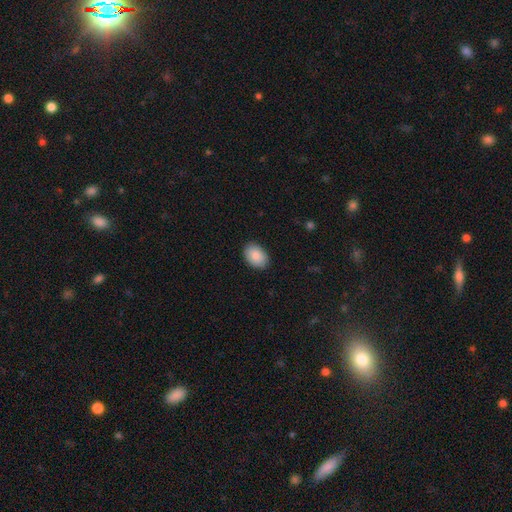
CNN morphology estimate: smooth-or-featured: smooth: 88% | star or artifact: 6% | featured or disk: 5%
  how-rounded: in between: 84% | round: 15% | cigar-shaped: 1%
  merging: none: 89% | minor disturbance: 9% | major disturbance: 2% | merger: 1%